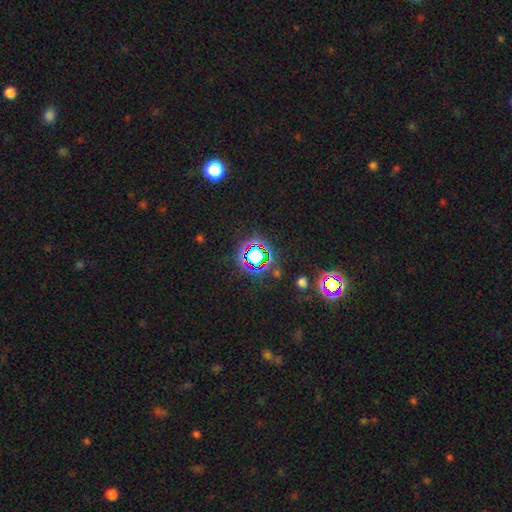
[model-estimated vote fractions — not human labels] star or artifact 66%, smooth 23%, featured or disk 12%.